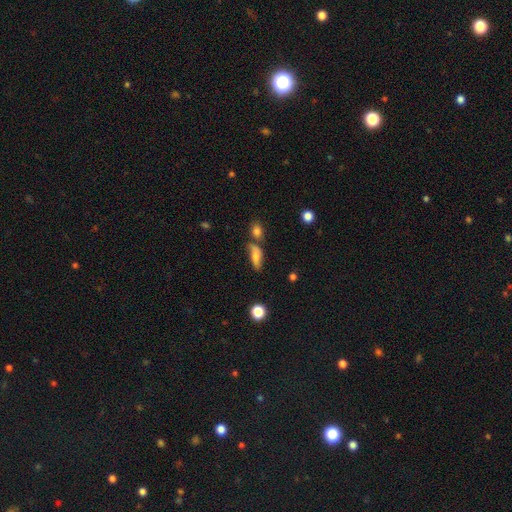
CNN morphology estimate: Smooth or featured: smooth — 57% (featured or disk — 31%)
How rounded: in between — 65% (cigar-shaped — 28%)
Merging: none — 48% (merger — 22%)